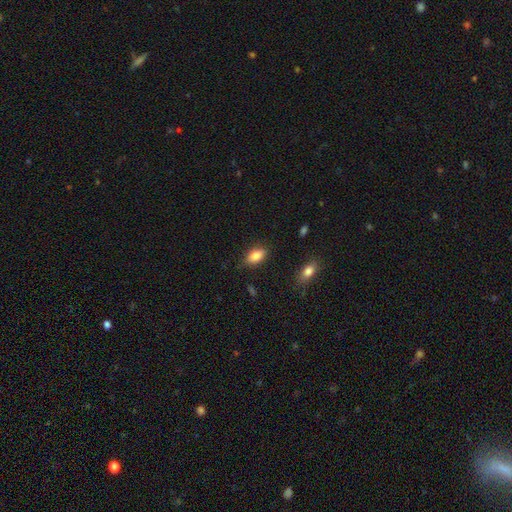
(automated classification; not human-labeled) This is clearly a smooth galaxy (85%). How rounded: clearly in between (90%). Merging: likely none (80%).